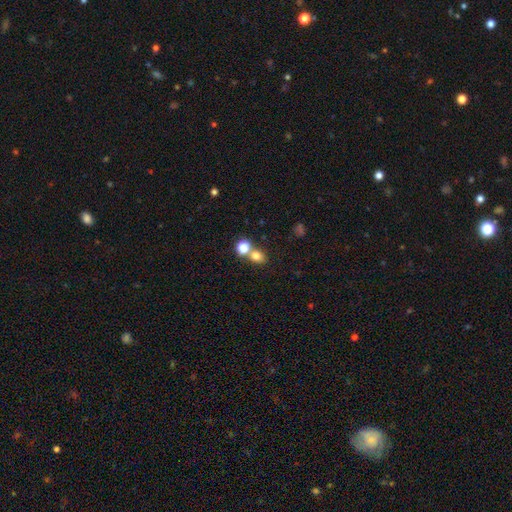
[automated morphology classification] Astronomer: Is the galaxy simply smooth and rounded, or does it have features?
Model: smooth — 77%.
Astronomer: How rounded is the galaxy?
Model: round — 60% (runner-up: in between, 39%).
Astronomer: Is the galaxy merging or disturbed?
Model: none — 53% (runner-up: merger, 35%).